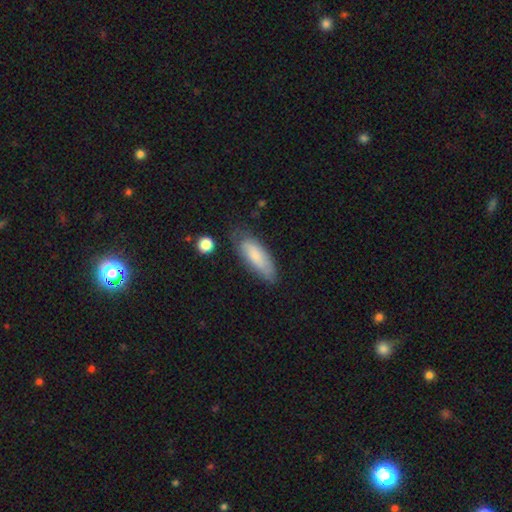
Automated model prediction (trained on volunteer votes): Overall: smooth (77%). How rounded: in between (64%; cigar-shaped 34%). Merging: none (67%).